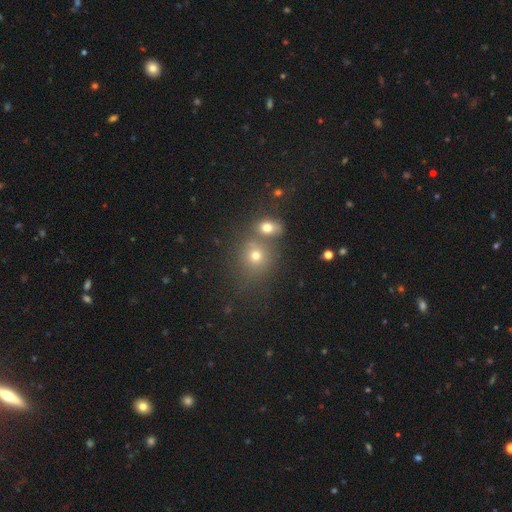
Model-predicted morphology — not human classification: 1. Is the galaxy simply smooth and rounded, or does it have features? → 71% smooth, 17% star or artifact, 12% featured or disk.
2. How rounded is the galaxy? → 77% round, 22% in between, 1% cigar-shaped.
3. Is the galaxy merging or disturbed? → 52% none, 34% merger, 9% minor disturbance, 5% major disturbance.